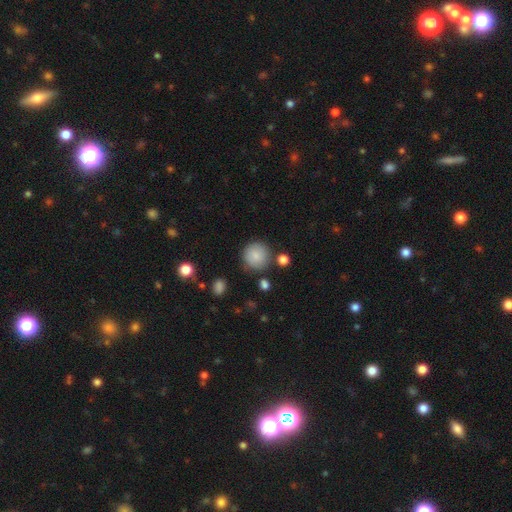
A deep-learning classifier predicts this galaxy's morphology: Overall: smooth (86%). How rounded: round (93%). Merging: none (82%).